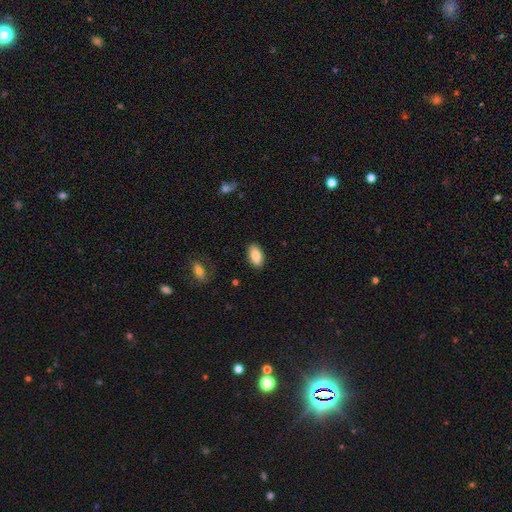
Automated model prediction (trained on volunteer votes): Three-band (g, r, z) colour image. It shows a smooth galaxy with no disk features (88%) that is in between round and cigar-shaped (93%). Merging: none (87%).